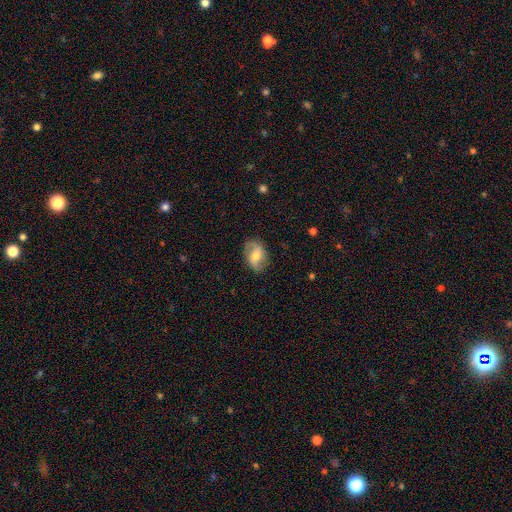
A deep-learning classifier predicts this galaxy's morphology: type=featured or disk (52%); edge-on=no (94%); merging=none (80%).